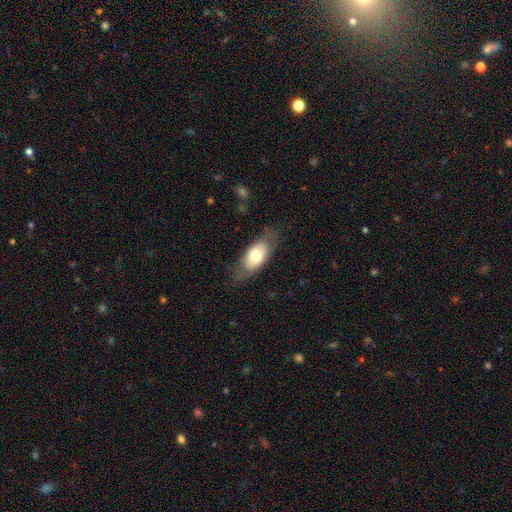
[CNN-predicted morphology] A smooth galaxy with no disk features (67%) that is in between round and cigar-shaped (86%). Merging: none (73%).